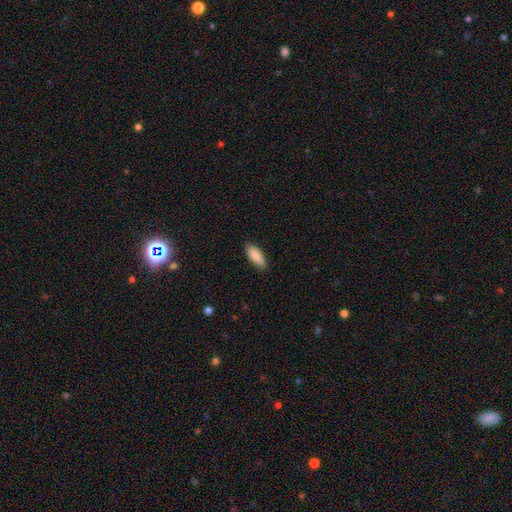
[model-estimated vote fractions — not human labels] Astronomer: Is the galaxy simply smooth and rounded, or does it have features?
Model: smooth — 85%.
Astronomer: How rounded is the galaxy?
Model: in between — 81%.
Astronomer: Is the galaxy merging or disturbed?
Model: none — 86%.